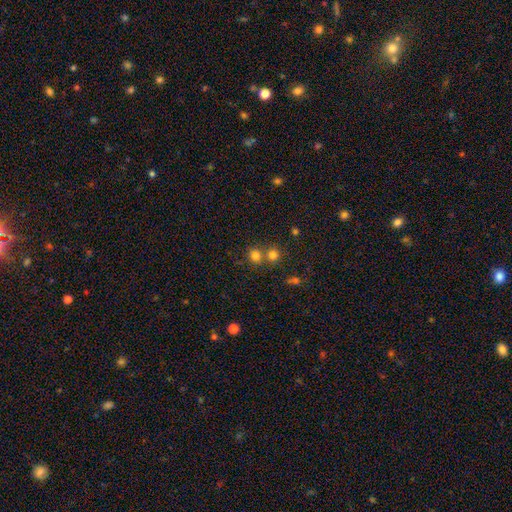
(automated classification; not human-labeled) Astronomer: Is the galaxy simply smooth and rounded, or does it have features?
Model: smooth — 77%.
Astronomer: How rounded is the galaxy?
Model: round — 87%.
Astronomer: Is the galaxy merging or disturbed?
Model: none — 59%.